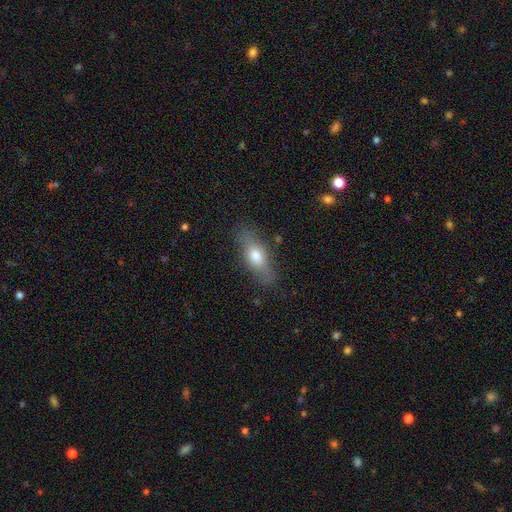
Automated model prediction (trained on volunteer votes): This appears to be a smooth galaxy with no disk features (67%) that is in between round and cigar-shaped (63%). Merging: none (81%).